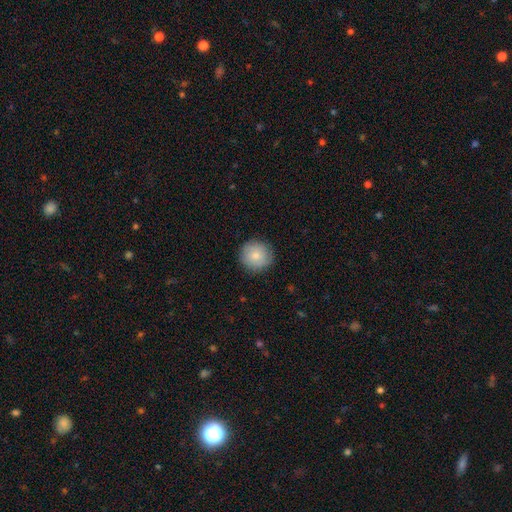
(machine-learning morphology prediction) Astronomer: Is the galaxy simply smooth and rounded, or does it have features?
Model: smooth — 81%.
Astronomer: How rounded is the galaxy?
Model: round — 93%.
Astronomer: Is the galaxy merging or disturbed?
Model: none — 88%.